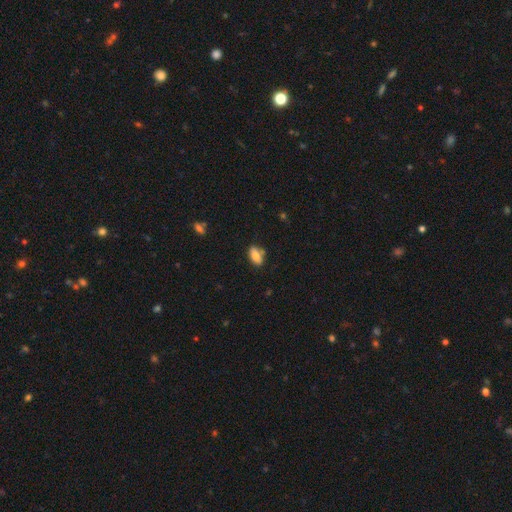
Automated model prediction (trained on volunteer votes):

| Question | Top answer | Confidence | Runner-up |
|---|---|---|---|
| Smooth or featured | smooth | 77% | featured or disk (15%) |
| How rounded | in between | 88% | cigar-shaped (7%) |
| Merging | none | 71% | minor disturbance (17%) |